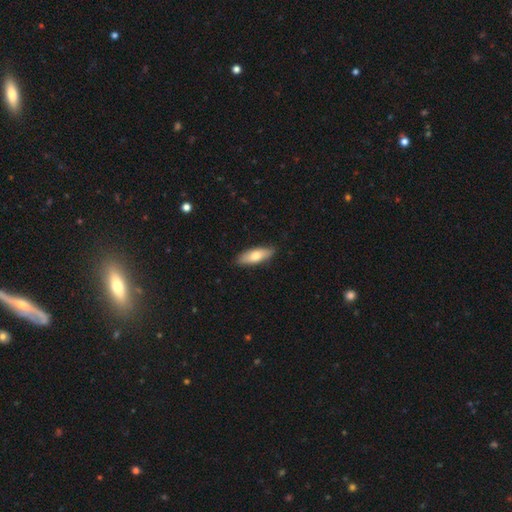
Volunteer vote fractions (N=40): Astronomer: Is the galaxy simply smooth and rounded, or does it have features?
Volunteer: smooth — 75%.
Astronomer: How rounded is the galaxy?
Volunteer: in between — 57% (runner-up: cigar-shaped, 40%).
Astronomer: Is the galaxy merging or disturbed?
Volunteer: none — 95%.